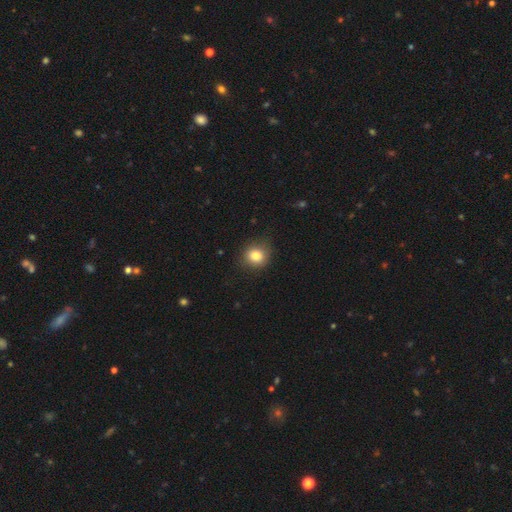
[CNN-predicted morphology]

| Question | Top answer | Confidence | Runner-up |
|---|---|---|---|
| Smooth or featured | smooth | 82% | star or artifact (11%) |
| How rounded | round | 79% | in between (20%) |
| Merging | none | 82% | minor disturbance (14%) |